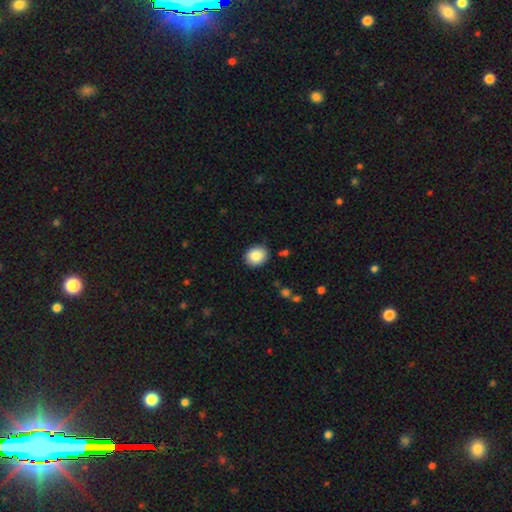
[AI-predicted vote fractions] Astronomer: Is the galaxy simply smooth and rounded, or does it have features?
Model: smooth — 86%.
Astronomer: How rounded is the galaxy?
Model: round — 66%.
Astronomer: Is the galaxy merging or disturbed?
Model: none — 86%.